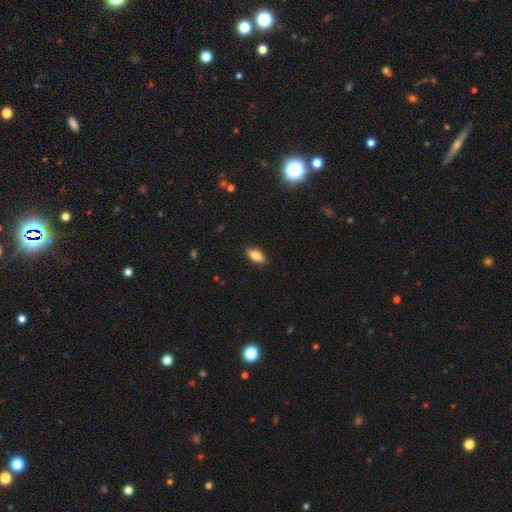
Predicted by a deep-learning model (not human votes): Overall: smooth (80%). How rounded: in between (85%). Merging: none (87%).